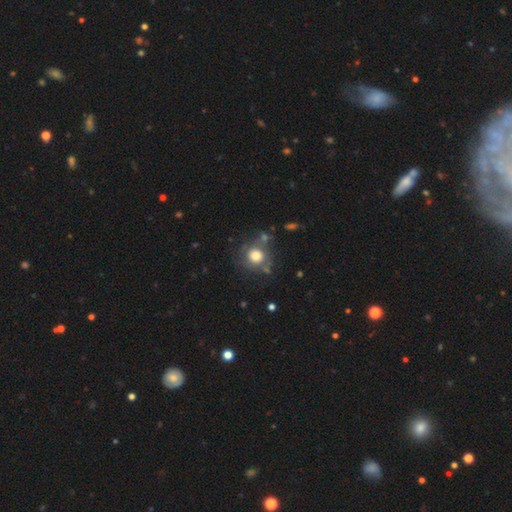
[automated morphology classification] Smooth or featured?
  - smooth: 74% *
  - featured or disk: 16%
  - star or artifact: 10%
How rounded?
  - round: 87% *
  - in between: 12%
  - cigar-shaped: 1%
Merging?
  - none: 63% *
  - minor disturbance: 18%
  - major disturbance: 10%
  - merger: 9%